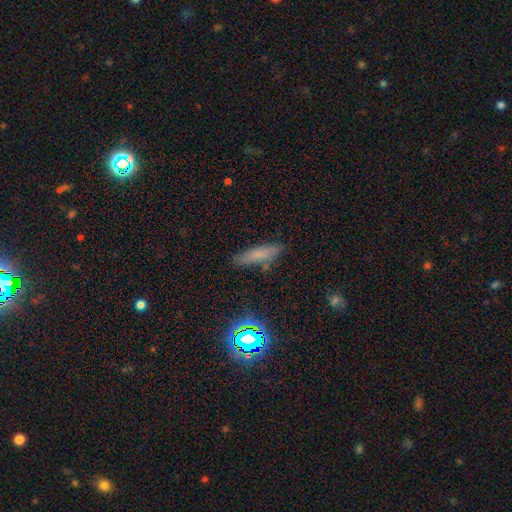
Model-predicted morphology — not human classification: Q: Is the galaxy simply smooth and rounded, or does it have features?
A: smooth — 67%.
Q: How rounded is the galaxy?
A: cigar-shaped — 74%.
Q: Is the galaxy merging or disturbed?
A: none — 82%.